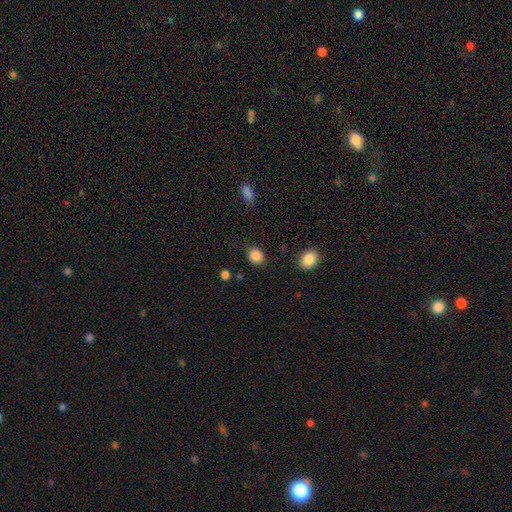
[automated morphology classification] The model was most divided on "how rounded": round: 63%, in between: 36%, cigar-shaped: 1%. More confident: smooth or featured — smooth (86%); merging — none (84%).